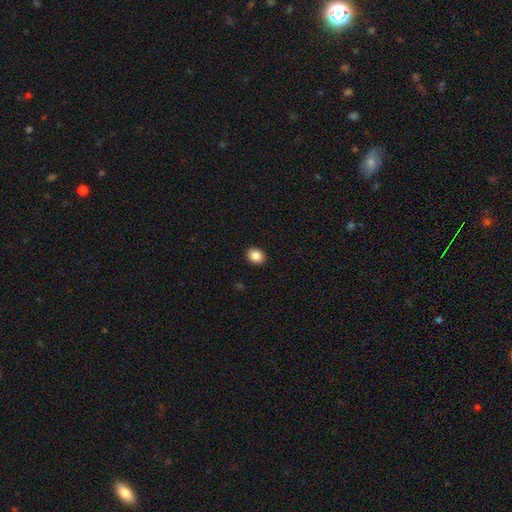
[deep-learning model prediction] smooth 87%, star or artifact 9%, featured or disk 4%. Down the decision tree: how rounded — in between (54%); merging — none (92%).